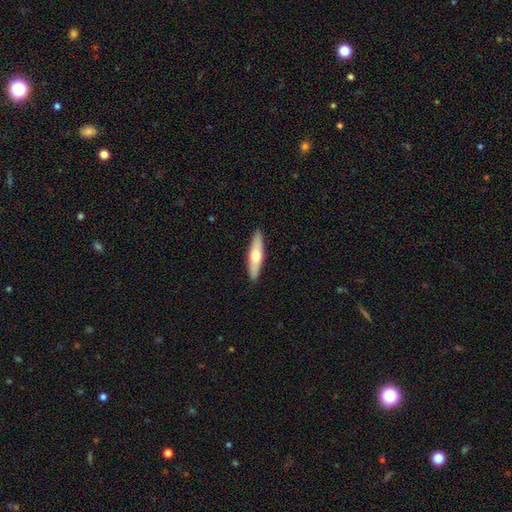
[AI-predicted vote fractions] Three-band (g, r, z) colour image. It shows a smooth galaxy with no disk features (55%) that is cigar-shaped (75%). Merging: none (90%).